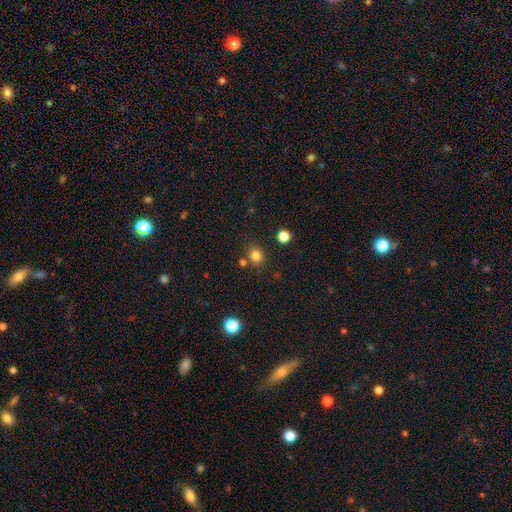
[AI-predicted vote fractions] smooth_or_featured: smooth (p=0.80) [alt: star or artifact p=0.15]
how_rounded: round (p=0.79) [alt: in between p=0.20]
merging: none (p=0.79) [alt: minor disturbance p=0.09]